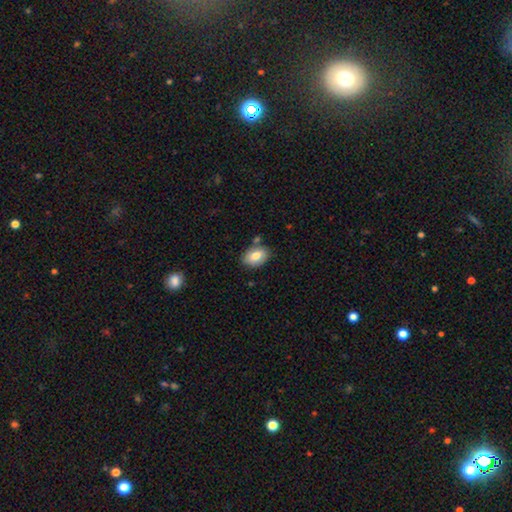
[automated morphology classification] type=smooth (79%); roundness=in between (79%); merging=none (75%).